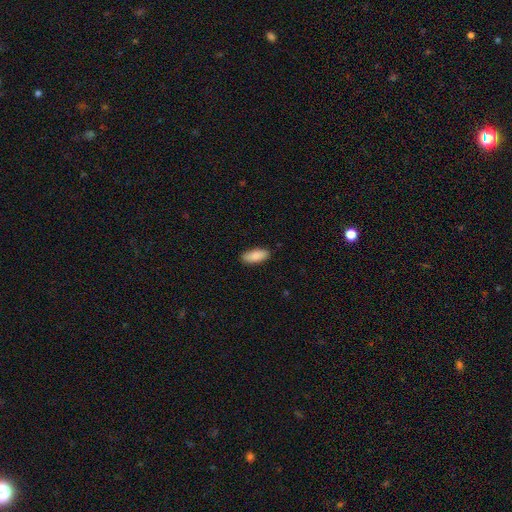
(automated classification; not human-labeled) This is clearly a smooth galaxy (87%). How rounded: clearly in between (83%). Merging: clearly none (88%).